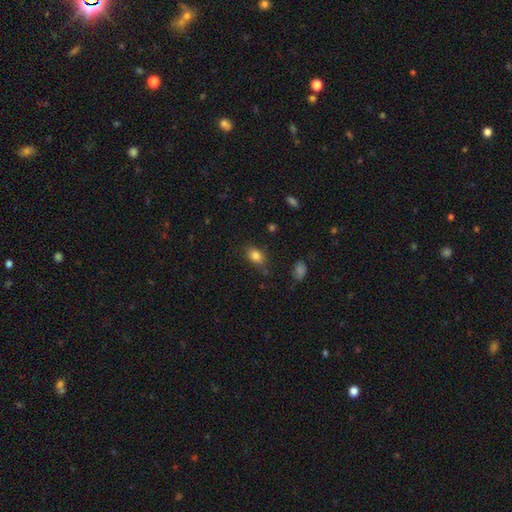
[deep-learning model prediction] Smooth or featured?
  - smooth: 83% *
  - star or artifact: 10%
  - featured or disk: 7%
How rounded?
  - in between: 72% *
  - round: 26%
  - cigar-shaped: 2%
Merging?
  - none: 74% *
  - minor disturbance: 19%
  - major disturbance: 5%
  - merger: 3%